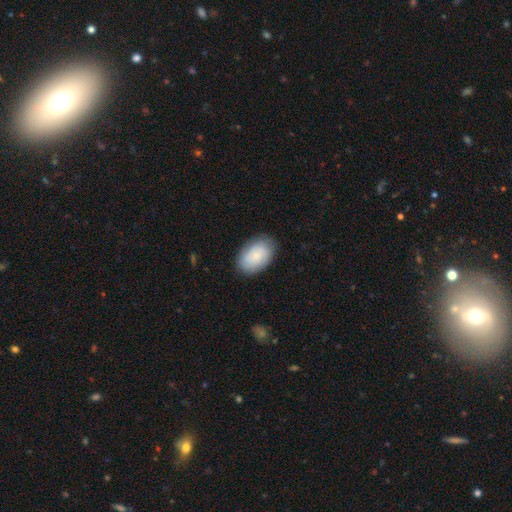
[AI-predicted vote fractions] Smooth or featured? smooth (74%)
How rounded? in between (90%)
Merging? none (83%)